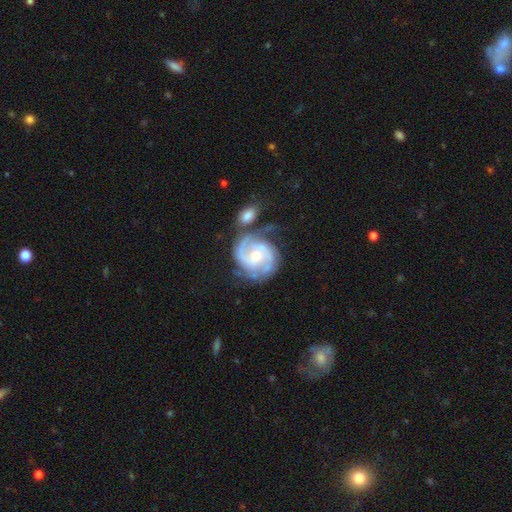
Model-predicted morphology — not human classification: Q: Smooth or featured?
A: featured or disk (88%); runner-up: smooth (8%)
Q: Edge-on disk?
A: no (98%); runner-up: yes (2%)
Q: Bar?
A: no (53%); runner-up: weak (39%)
Q: Spiral arms?
A: yes (97%); runner-up: no (3%)
Q: Spiral winding?
A: medium (45%); runner-up: tight (44%)
Q: Spiral arm count?
A: 2 (72%); runner-up: 3 (11%)
Q: Bulge size?
A: moderate (53%); runner-up: small (41%)
Q: Merging?
A: none (53%); runner-up: minor disturbance (20%)